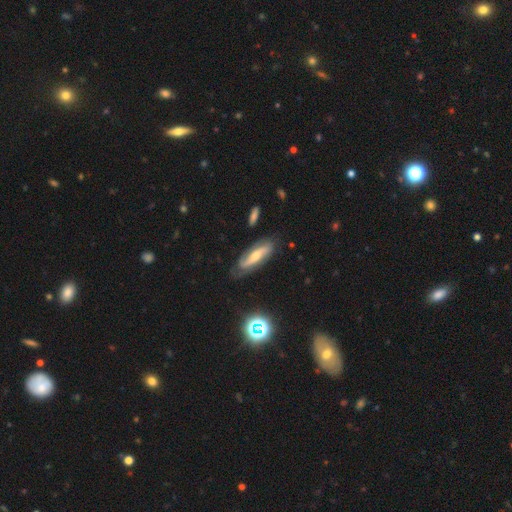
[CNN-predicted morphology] Smooth or featured: featured or disk — 73% (smooth — 20%)
Edge-on disk: no — 84% (yes — 16%)
Bar: weak — 36% (no — 35%)
Spiral arms: yes — 92% (no — 8%)
Spiral winding: loose — 41% (medium — 38%)
Spiral arm count: 2 — 83% (can't tell — 9%)
Bulge size: moderate — 56% (small — 33%)
Merging: none — 72% (minor disturbance — 19%)